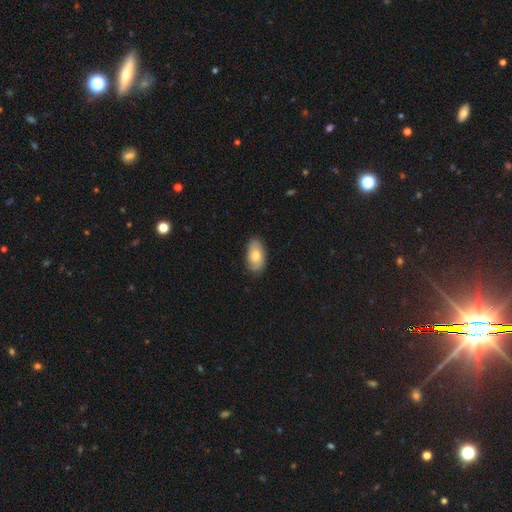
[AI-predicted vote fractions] Q: Smooth or featured?
A: smooth (69%); runner-up: featured or disk (25%)
Q: How rounded?
A: in between (93%); runner-up: round (4%)
Q: Merging?
A: none (80%); runner-up: minor disturbance (16%)